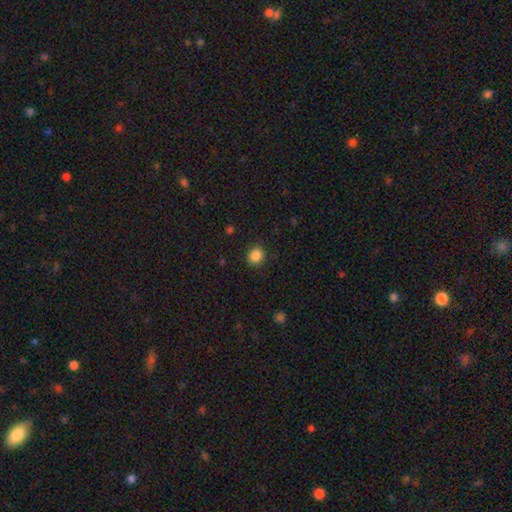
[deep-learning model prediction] smooth 86%, star or artifact 11%, featured or disk 3%. Down the decision tree: how rounded — round (83%); merging — none (89%).